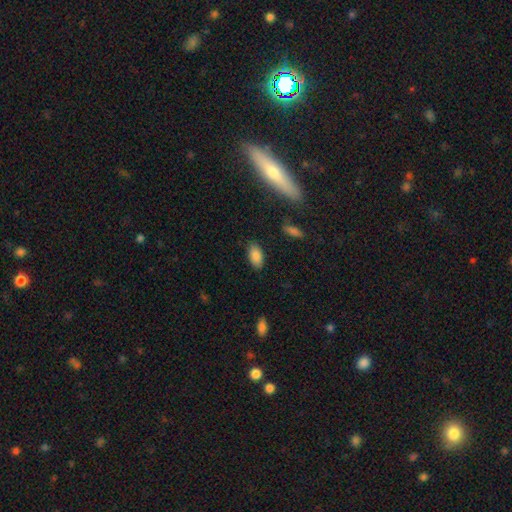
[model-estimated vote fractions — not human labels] smooth-or-featured: smooth: 85% | star or artifact: 8% | featured or disk: 7%
  how-rounded: in between: 94% | round: 3% | cigar-shaped: 3%
  merging: none: 87% | minor disturbance: 9% | major disturbance: 2% | merger: 1%